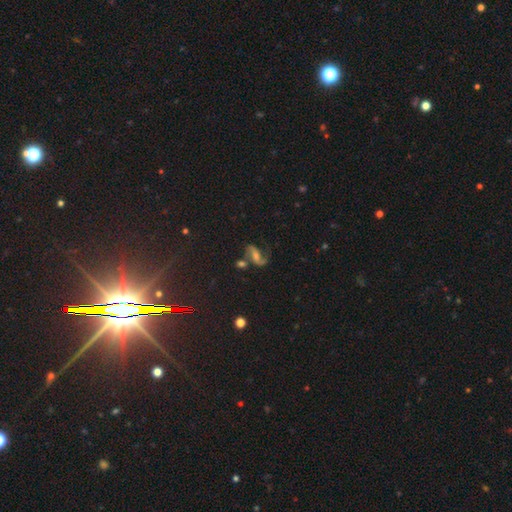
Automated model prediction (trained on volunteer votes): smooth_or_featured: featured or disk (p=0.65) [alt: smooth p=0.18]
disk_edge_on: no (p=0.94) [alt: yes p=0.06]
bar: weak (p=0.37) [tied with: no p=0.37]
has_spiral_arms: yes (p=0.89) [alt: no p=0.11]
spiral_winding: loose (p=0.55) [alt: medium p=0.33]
spiral_arm_count: 2 (p=0.80) [alt: 1 p=0.13]
bulge_size: moderate (p=0.39) [alt: small p=0.38]
merging: none (p=0.52) [alt: minor disturbance p=0.18]